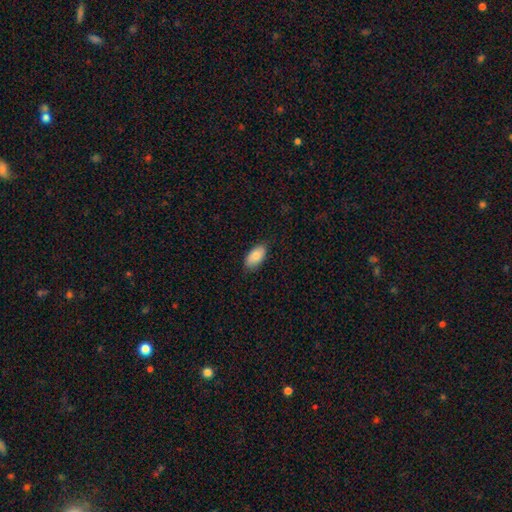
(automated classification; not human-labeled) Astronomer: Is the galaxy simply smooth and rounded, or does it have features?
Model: smooth — 84%.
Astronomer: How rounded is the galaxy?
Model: in between — 95%.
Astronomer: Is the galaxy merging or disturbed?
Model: none — 84%.